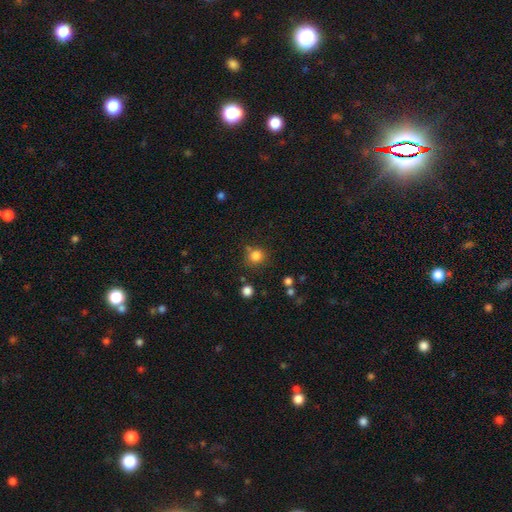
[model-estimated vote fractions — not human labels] Overall: smooth (82%). How rounded: round (88%). Merging: none (77%).